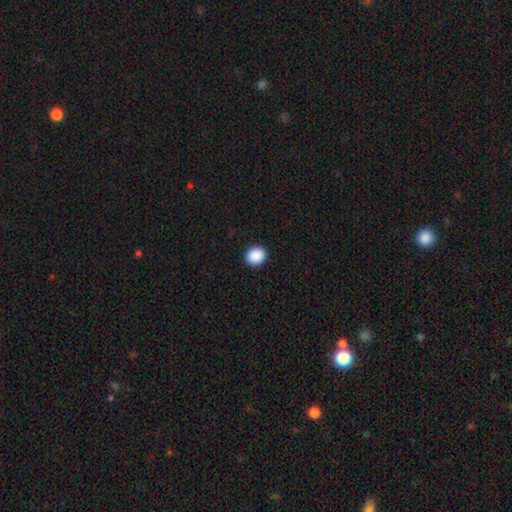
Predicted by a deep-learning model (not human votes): Overall: smooth (90%). How rounded: round (75%). Merging: none (92%).